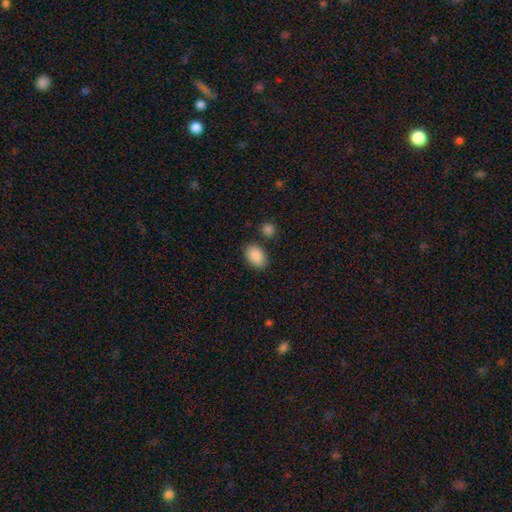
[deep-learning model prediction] Smooth or featured? Predicted: smooth (p=0.89). How rounded? Predicted: in between (p=0.88). Merging? Predicted: none (p=0.80).